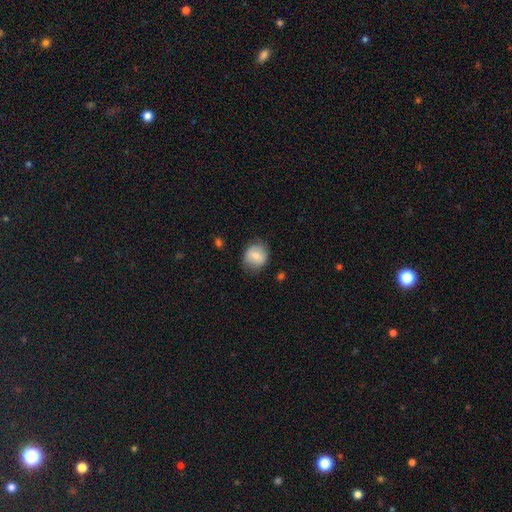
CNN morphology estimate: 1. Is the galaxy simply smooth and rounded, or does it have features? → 73% smooth, 19% featured or disk, 8% star or artifact.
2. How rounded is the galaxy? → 78% round, 21% in between, 1% cigar-shaped.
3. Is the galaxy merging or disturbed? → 76% none, 18% minor disturbance, 4% major disturbance, 1% merger.